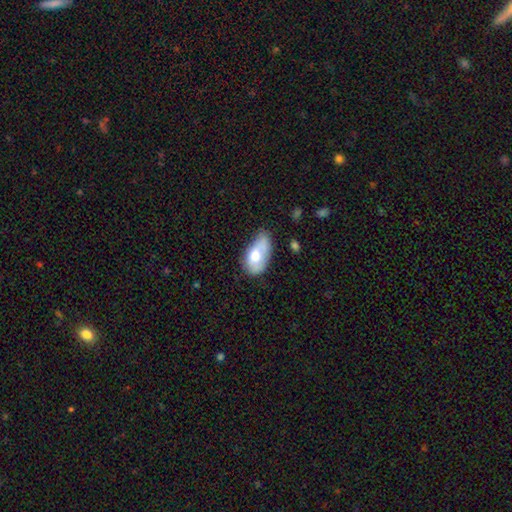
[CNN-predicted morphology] smooth 69%, featured or disk 24%, star or artifact 7%. Down the decision tree: how rounded — in between (92%); merging — minor disturbance (39%).